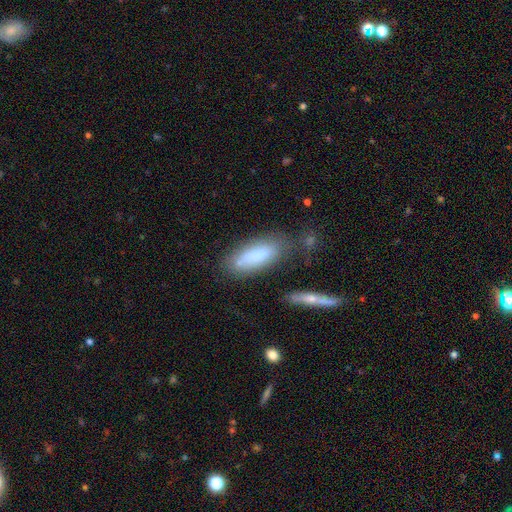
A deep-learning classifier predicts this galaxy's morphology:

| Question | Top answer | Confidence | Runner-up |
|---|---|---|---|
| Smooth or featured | smooth | 80% | featured or disk (12%) |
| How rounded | in between | 69% | cigar-shaped (29%) |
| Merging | none | 66% | minor disturbance (19%) |